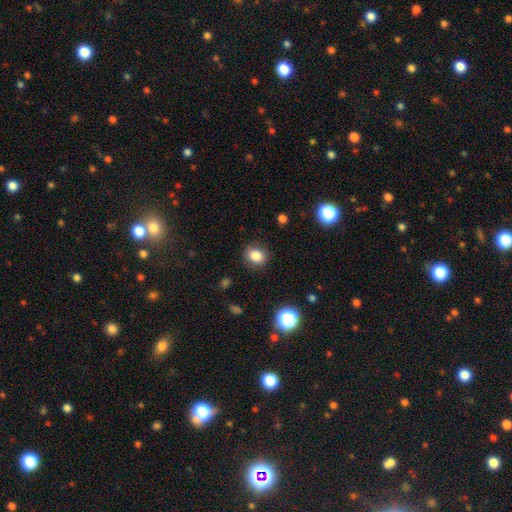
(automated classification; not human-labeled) A smooth galaxy with no disk features (83%) that is round (63%).

Vote fractions:
- Smooth or featured? smooth: 83% / star or artifact: 11% / featured or disk: 5%
- How rounded? round: 63% / in between: 36% / cigar-shaped: 1%
- Merging? none: 86% / minor disturbance: 9% / major disturbance: 3% / merger: 1%